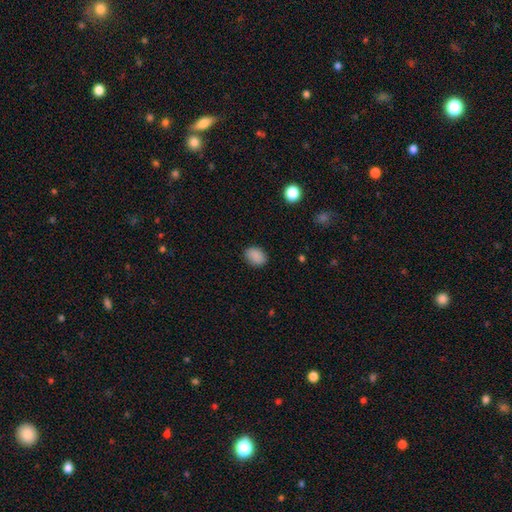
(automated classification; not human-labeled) smooth-or-featured: smooth: 88% | star or artifact: 9% | featured or disk: 3%
  how-rounded: in between: 69% | round: 30% | cigar-shaped: 1%
  merging: none: 86% | minor disturbance: 11% | major disturbance: 3% | merger: 1%